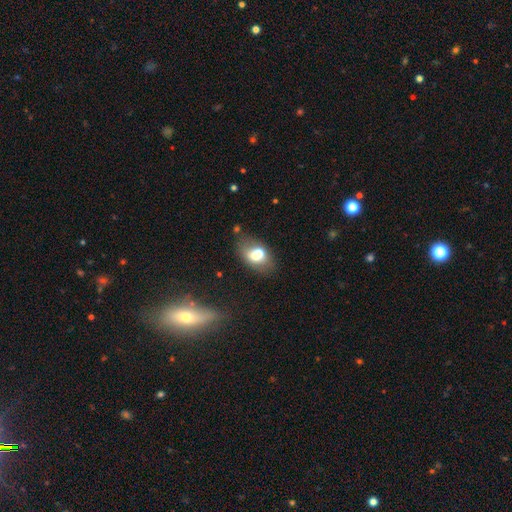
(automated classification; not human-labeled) This is likely a smooth galaxy (63%). How rounded: clearly in between (82%). Merging: possibly none (57%).